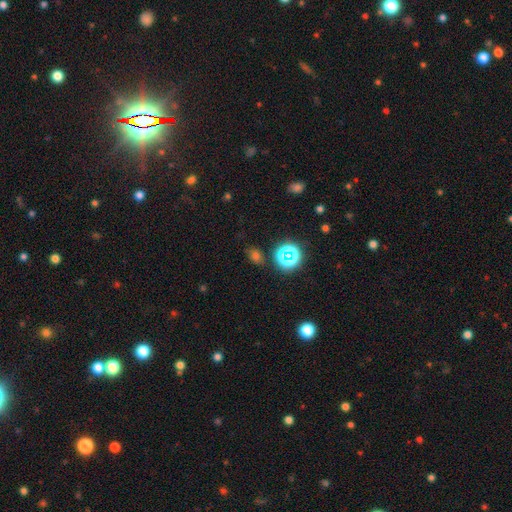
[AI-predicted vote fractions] Smooth or featured? smooth (54%)
How rounded? round (50%)
Merging? none (79%)